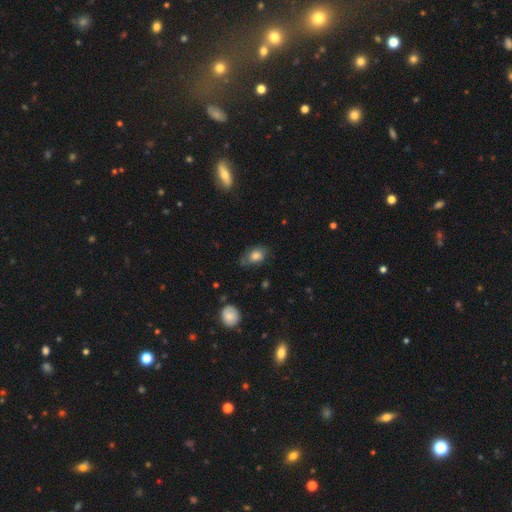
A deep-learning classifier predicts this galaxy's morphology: The model was most divided on "merging": none: 59%, minor disturbance: 30%, major disturbance: 9%, merger: 2%. More confident: how rounded — in between (81%); smooth or featured — smooth (75%).